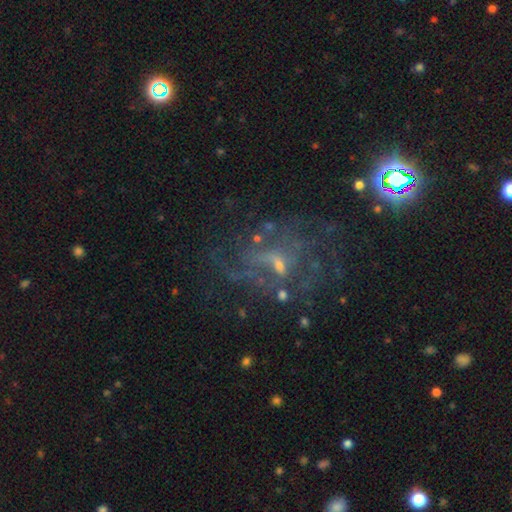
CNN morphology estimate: A featured or disk galaxy (70%) with no bar (47%), spiral arms (59%) and a small central bulge (64%).

Vote fractions:
- Smooth or featured? featured or disk: 70% / star or artifact: 17% / smooth: 13%
- Edge-on disk? no: 97% / yes: 3%
- Bar? no: 47% / weak: 41% / strong: 11%
- Spiral arms? yes: 59% / no: 41%
- Bulge size? small: 64% / moderate: 19% / none: 15% / large: 1% / dominant: 1%
- Merging? none: 51% / major disturbance: 26% / minor disturbance: 18% / merger: 5%